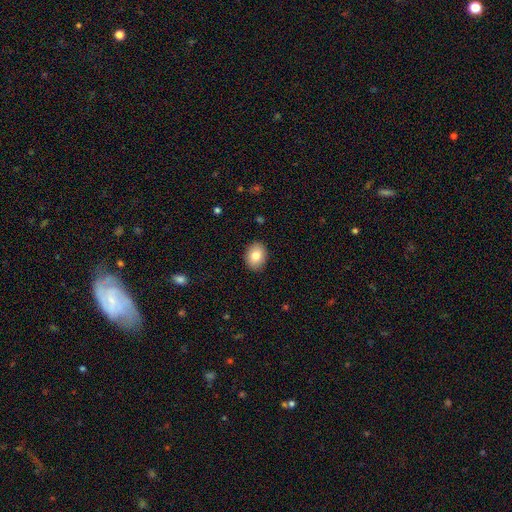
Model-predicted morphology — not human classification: Smooth or featured? smooth (81%)
How rounded? in between (59%)
Merging? none (89%)